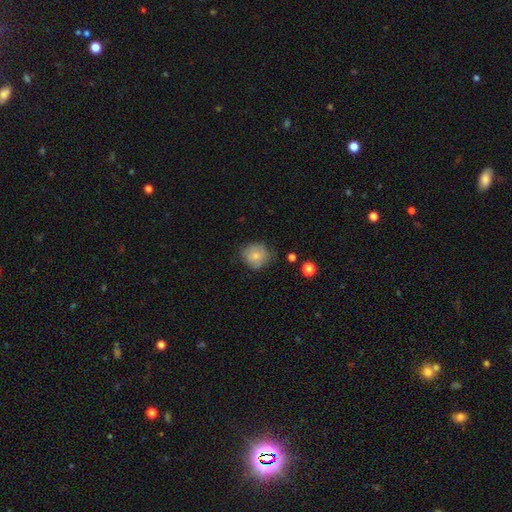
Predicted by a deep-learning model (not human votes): Smooth or featured? Predicted: smooth (p=0.76). How rounded? Predicted: round (p=0.85). Merging? Predicted: none (p=0.67).